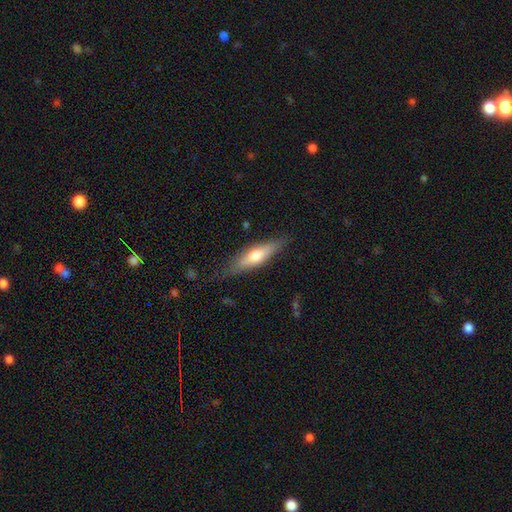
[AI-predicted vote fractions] A smooth galaxy with no disk features (49%).

Vote fractions:
- Smooth or featured? smooth: 49% / featured or disk: 45% / star or artifact: 6%
- Merging? none: 79% / minor disturbance: 16% / major disturbance: 4% / merger: 1%